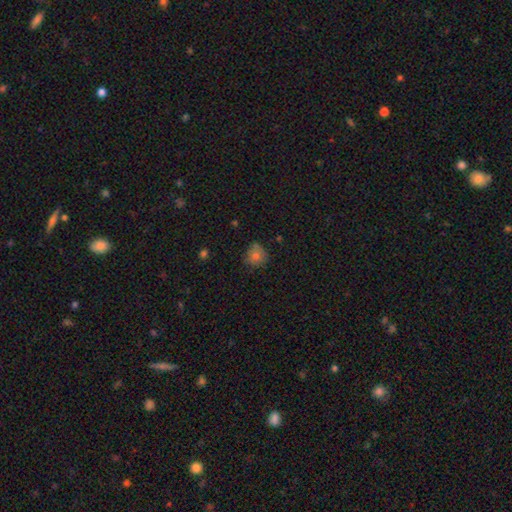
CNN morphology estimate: Smooth or featured? Predicted: smooth (p=0.75). How rounded? Predicted: round (p=0.84). Merging? Predicted: none (p=0.65).